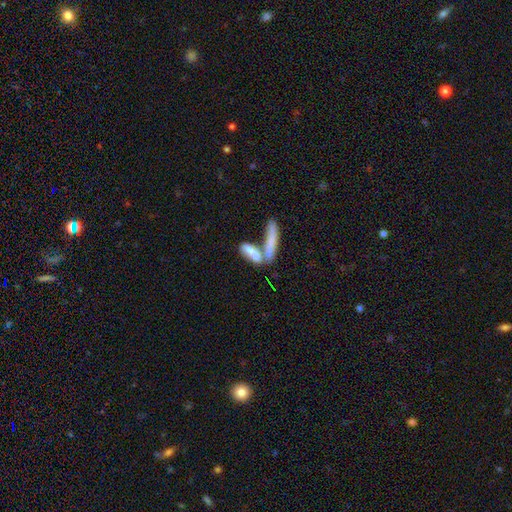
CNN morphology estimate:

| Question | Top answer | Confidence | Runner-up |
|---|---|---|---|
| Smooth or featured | smooth | 67% | featured or disk (25%) |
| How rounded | cigar-shaped | 67% | in between (30%) |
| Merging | merger | 55% | none (30%) |